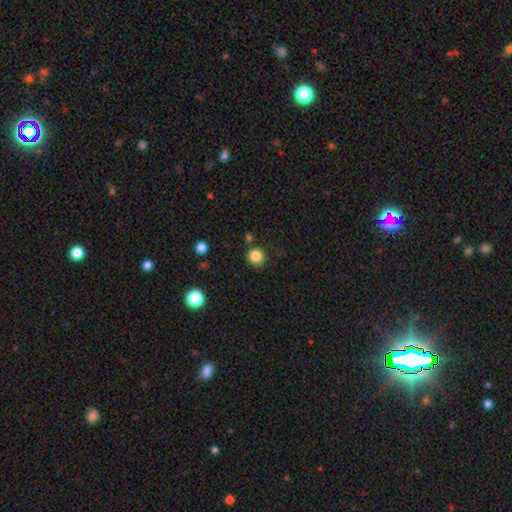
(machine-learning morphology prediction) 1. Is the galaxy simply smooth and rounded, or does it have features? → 84% smooth, 11% star or artifact, 5% featured or disk.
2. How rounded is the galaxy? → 93% round, 6% in between, 1% cigar-shaped.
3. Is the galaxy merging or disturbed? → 84% none, 9% minor disturbance, 5% merger, 3% major disturbance.